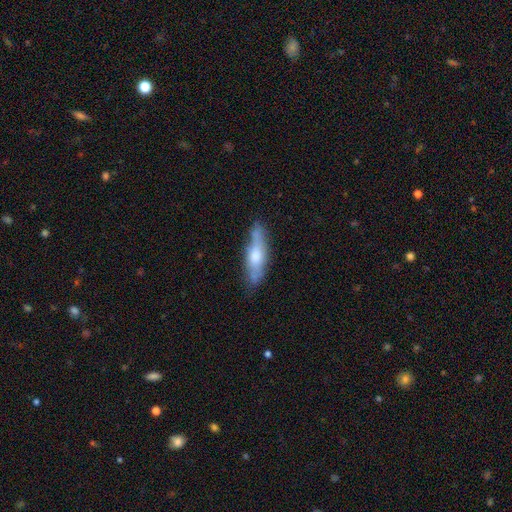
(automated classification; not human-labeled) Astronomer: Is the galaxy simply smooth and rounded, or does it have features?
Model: featured or disk — 47%, tied with smooth at 47%.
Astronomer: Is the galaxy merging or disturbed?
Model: none — 72%.